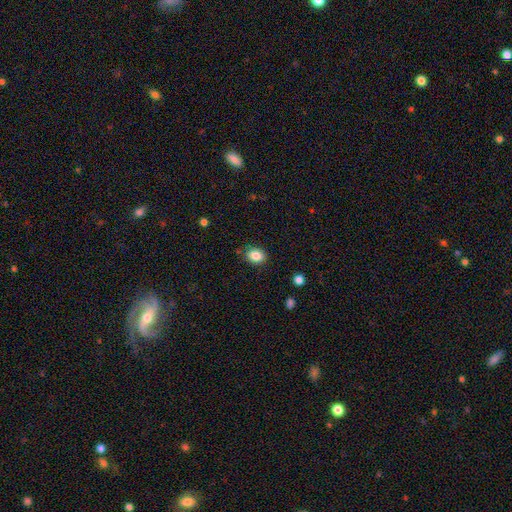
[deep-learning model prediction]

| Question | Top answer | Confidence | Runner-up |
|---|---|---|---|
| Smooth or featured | smooth | 86% | star or artifact (9%) |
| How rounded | in between | 63% | round (36%) |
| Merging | none | 84% | minor disturbance (12%) |